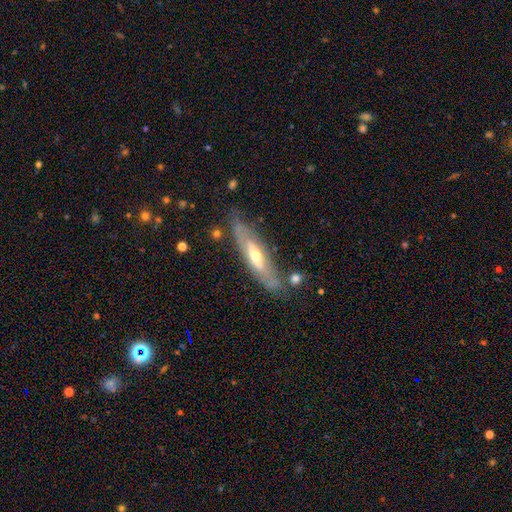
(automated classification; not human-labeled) Smooth or featured? featured or disk (67%)
Edge-on disk? yes (51%)
Merging? none (72%)